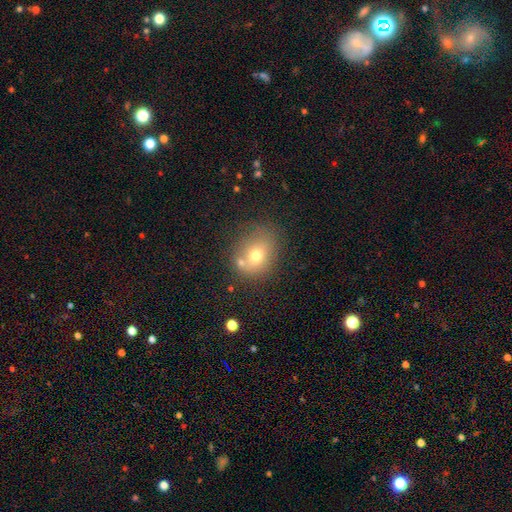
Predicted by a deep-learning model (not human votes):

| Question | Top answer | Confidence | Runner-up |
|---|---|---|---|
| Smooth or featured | smooth | 67% | featured or disk (18%) |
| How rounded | round | 61% | in between (38%) |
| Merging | none | 59% | merger (17%) |